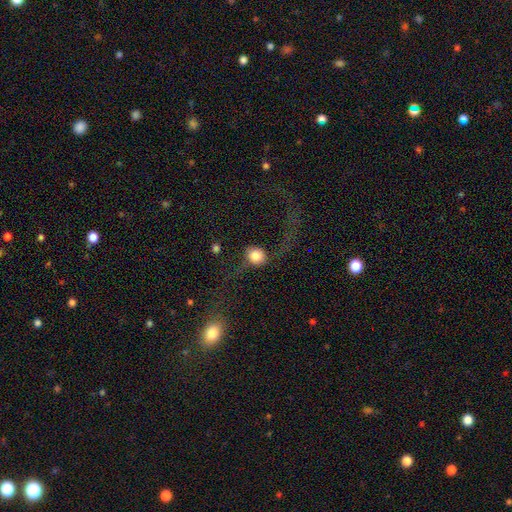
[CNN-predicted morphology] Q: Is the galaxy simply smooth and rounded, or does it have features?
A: smooth — 65%.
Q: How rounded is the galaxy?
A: round — 82%.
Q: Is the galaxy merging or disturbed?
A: none — 47%.